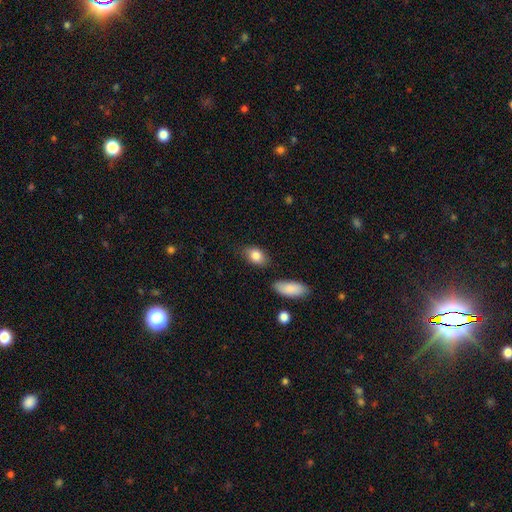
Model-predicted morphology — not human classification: This is clearly a smooth galaxy (84%). How rounded: clearly in between (84%). Merging: likely none (78%).